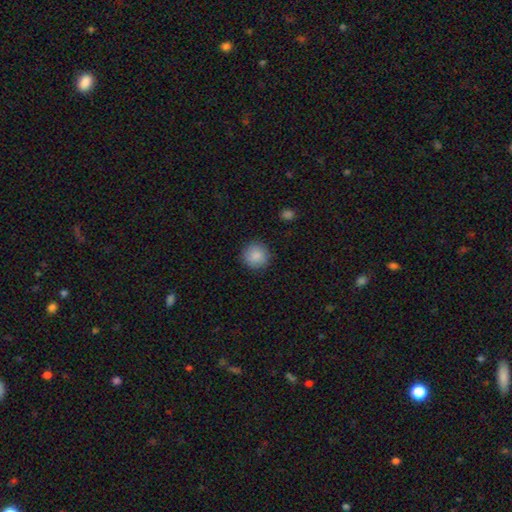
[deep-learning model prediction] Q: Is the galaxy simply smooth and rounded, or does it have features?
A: smooth — 88%.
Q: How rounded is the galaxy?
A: round — 94%.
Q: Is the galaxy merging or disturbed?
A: none — 90%.